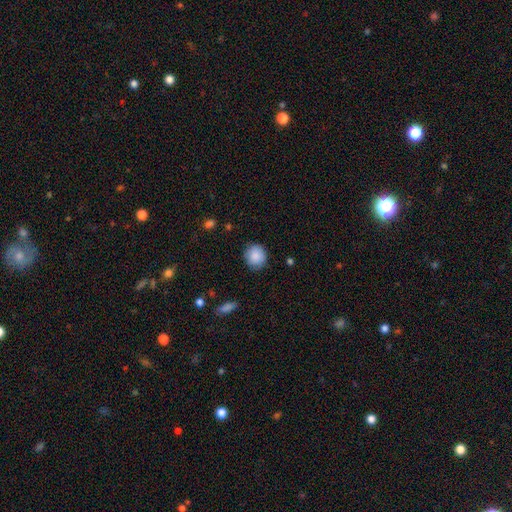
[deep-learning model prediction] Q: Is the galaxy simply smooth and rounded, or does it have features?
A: smooth — 88%.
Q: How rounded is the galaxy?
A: round — 85%.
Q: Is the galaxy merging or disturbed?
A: none — 87%.